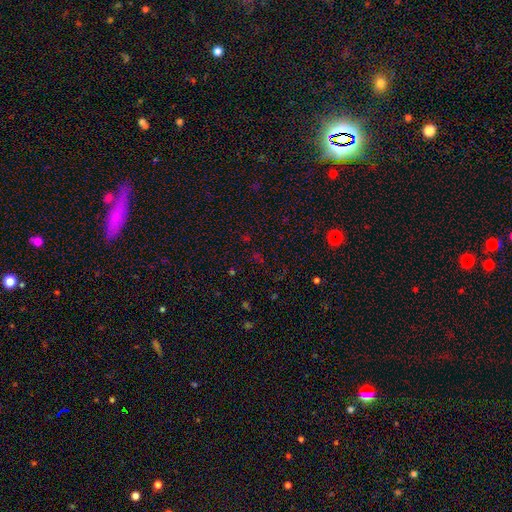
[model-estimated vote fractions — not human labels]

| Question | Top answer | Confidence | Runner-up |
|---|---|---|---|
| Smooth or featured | star or artifact | 61% | smooth (30%) |